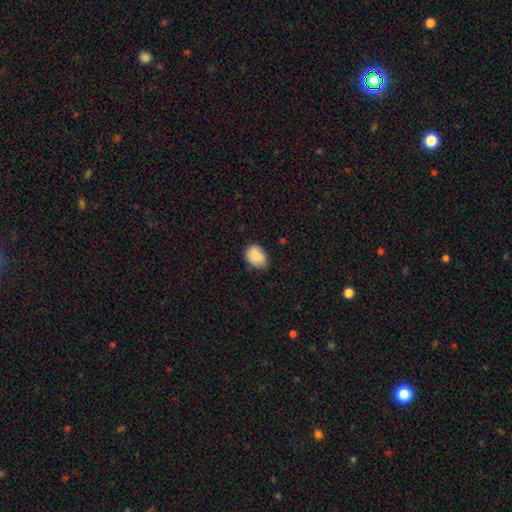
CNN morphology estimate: smooth_or_featured: smooth (p=0.85) [alt: featured or disk p=0.07]
how_rounded: in between (p=0.59) [alt: round p=0.40]
merging: none (p=0.68) [alt: minor disturbance p=0.27]